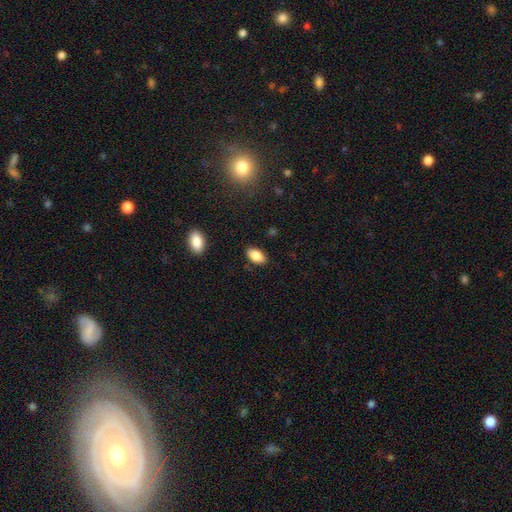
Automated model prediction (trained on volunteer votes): smooth 86%, star or artifact 8%, featured or disk 6%. Down the decision tree: how rounded — in between (92%); merging — none (86%).